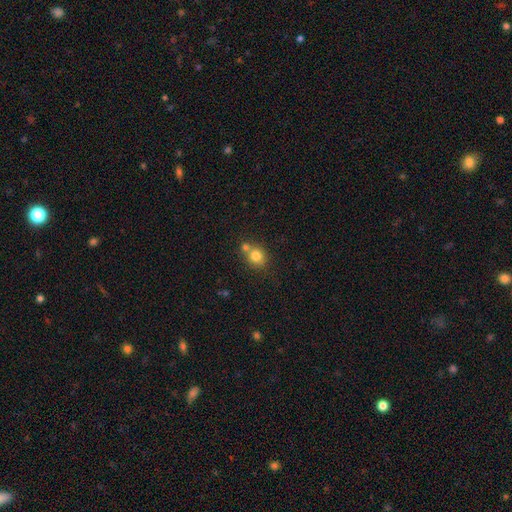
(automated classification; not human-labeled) This is likely a smooth galaxy (79%). How rounded: likely round (79%). Merging: possibly none (54%).